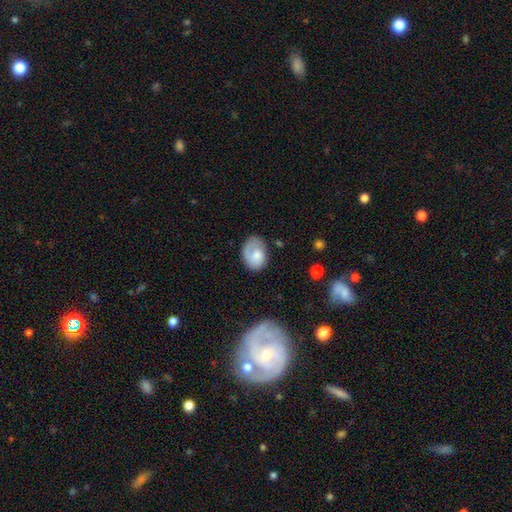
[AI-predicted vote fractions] Smooth or featured?
  - smooth: 66% *
  - featured or disk: 27%
  - star or artifact: 7%
How rounded?
  - in between: 73% *
  - round: 26%
  - cigar-shaped: 1%
Merging?
  - none: 57% *
  - minor disturbance: 27%
  - major disturbance: 13%
  - merger: 3%